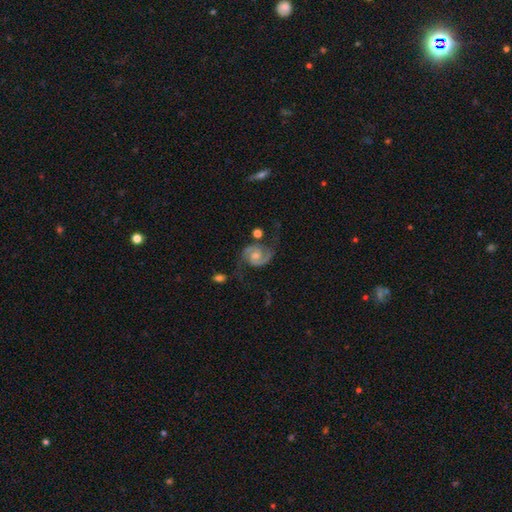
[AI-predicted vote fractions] This appears to be a featured or disk galaxy (90%) with no bar (57%), 2 (93%) medium (56%) spiral arms (98%) and a moderate central bulge (55%). Merging: none (65%).